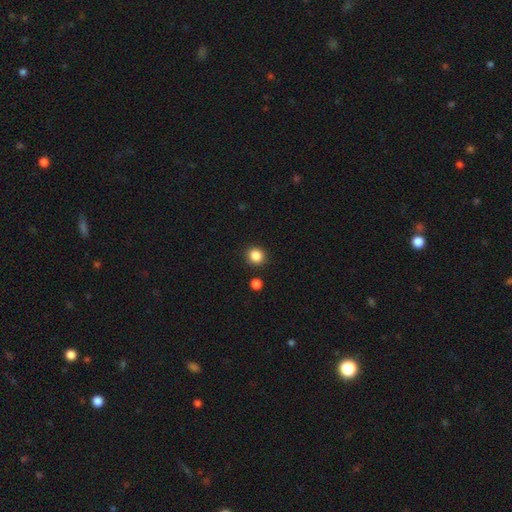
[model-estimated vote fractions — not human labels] Smooth or featured?
  - smooth: 86% *
  - star or artifact: 11%
  - featured or disk: 3%
How rounded?
  - round: 86% *
  - in between: 13%
  - cigar-shaped: 1%
Merging?
  - none: 88% *
  - minor disturbance: 7%
  - merger: 3%
  - major disturbance: 2%